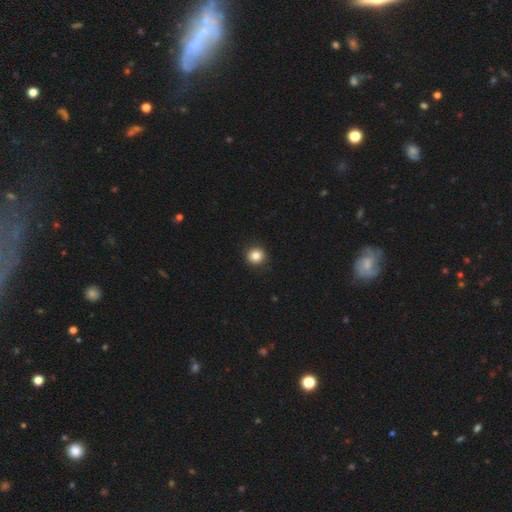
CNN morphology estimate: A smooth galaxy with no disk features (85%) that is round (94%).

Vote fractions:
- Smooth or featured? smooth: 85% / star or artifact: 11% / featured or disk: 5%
- How rounded? round: 94% / in between: 5% / cigar-shaped: 1%
- Merging? none: 92% / minor disturbance: 5% / major disturbance: 2% / merger: 1%